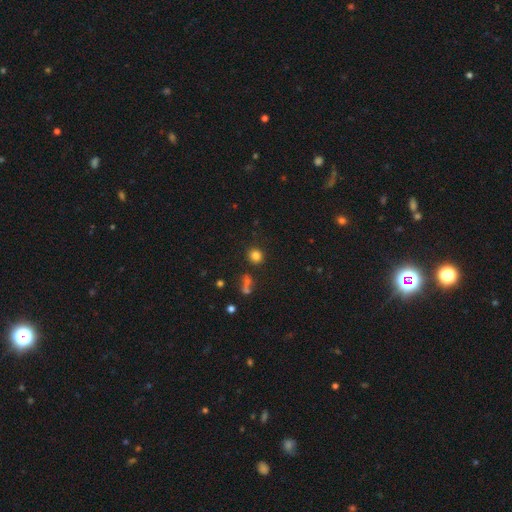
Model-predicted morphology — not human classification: Smooth or featured?
  - smooth: 81% *
  - star or artifact: 14%
  - featured or disk: 5%
How rounded?
  - round: 87% *
  - in between: 12%
  - cigar-shaped: 1%
Merging?
  - none: 83% *
  - minor disturbance: 8%
  - merger: 6%
  - major disturbance: 3%